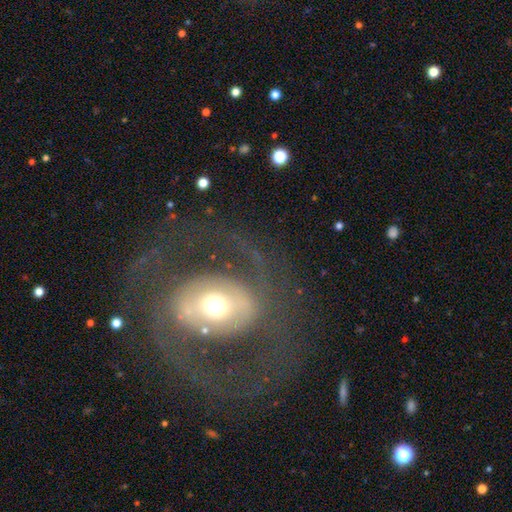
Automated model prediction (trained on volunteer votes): Q: Smooth or featured?
A: featured or disk (75%); runner-up: smooth (17%)
Q: Edge-on disk?
A: no (94%); runner-up: yes (6%)
Q: Bar?
A: no (41%); runner-up: weak (30%)
Q: Spiral arms?
A: yes (57%); runner-up: no (43%)
Q: Bulge size?
A: moderate (58%); runner-up: large (24%)
Q: Merging?
A: none (75%); runner-up: major disturbance (13%)